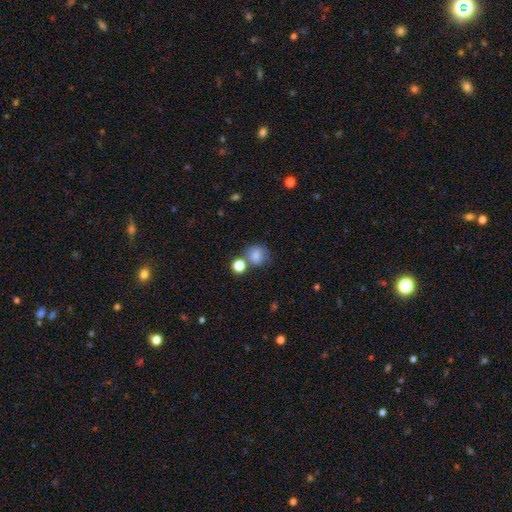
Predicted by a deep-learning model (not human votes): The model was most divided on "merging": none: 49%, merger: 28%, minor disturbance: 16%, major disturbance: 7%. More confident: how rounded — round (76%); smooth or featured — smooth (72%).